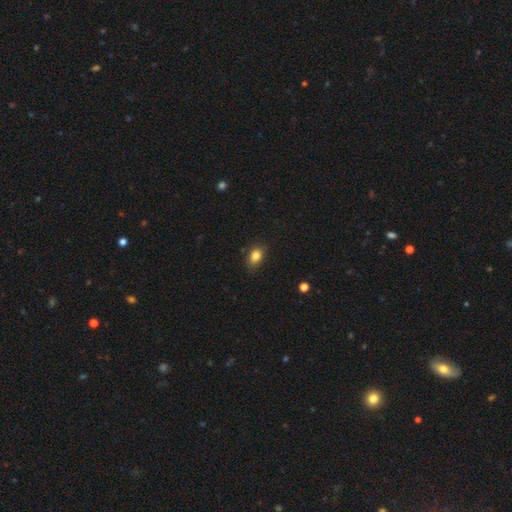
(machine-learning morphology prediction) A smooth galaxy with no disk features (83%) that is in between round and cigar-shaped (78%).

Vote fractions:
- Smooth or featured? smooth: 83% / star or artifact: 10% / featured or disk: 7%
- How rounded? in between: 78% / round: 20% / cigar-shaped: 2%
- Merging? none: 80% / minor disturbance: 16% / major disturbance: 3% / merger: 1%